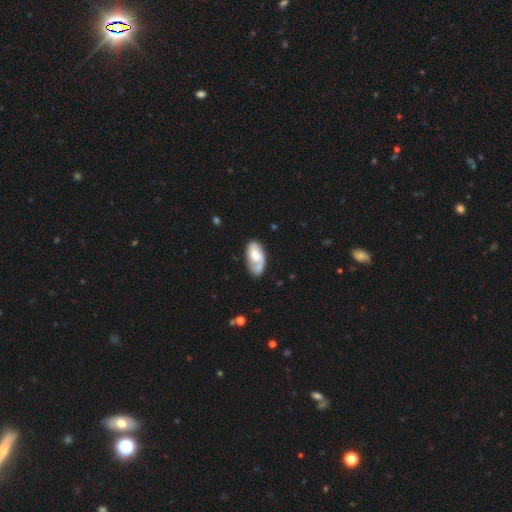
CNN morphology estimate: Smooth or featured?
  - smooth: 53% *
  - featured or disk: 41%
  - star or artifact: 6%
How rounded?
  - in between: 93% *
  - round: 4%
  - cigar-shaped: 4%
Merging?
  - none: 45% *
  - minor disturbance: 26%
  - merger: 16%
  - major disturbance: 13%